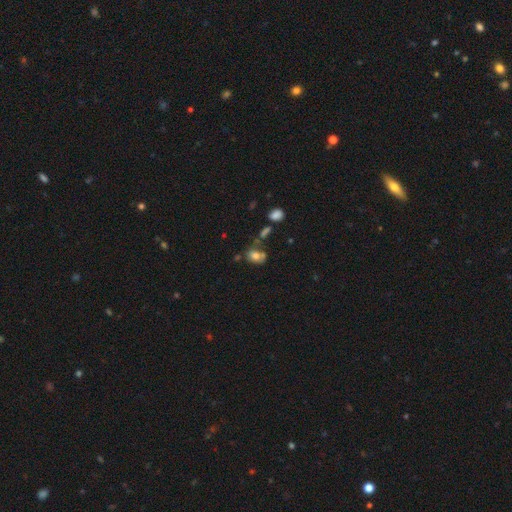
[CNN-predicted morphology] Q: Smooth or featured?
A: smooth (72%); runner-up: featured or disk (16%)
Q: How rounded?
A: in between (72%); runner-up: round (26%)
Q: Merging?
A: none (44%); runner-up: minor disturbance (23%)